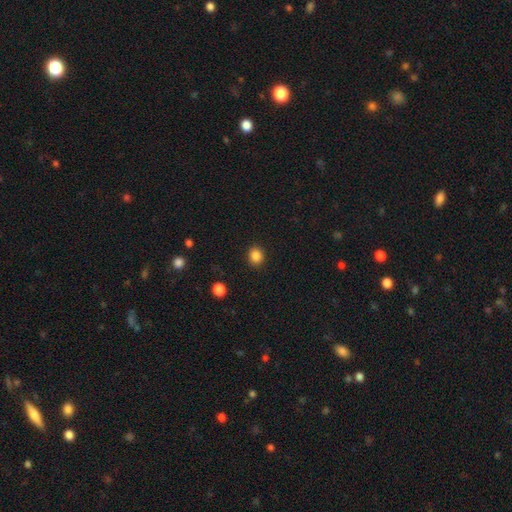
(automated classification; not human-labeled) Q: Smooth or featured?
A: smooth (86%); runner-up: star or artifact (11%)
Q: How rounded?
A: round (73%); runner-up: in between (26%)
Q: Merging?
A: none (90%); runner-up: minor disturbance (7%)